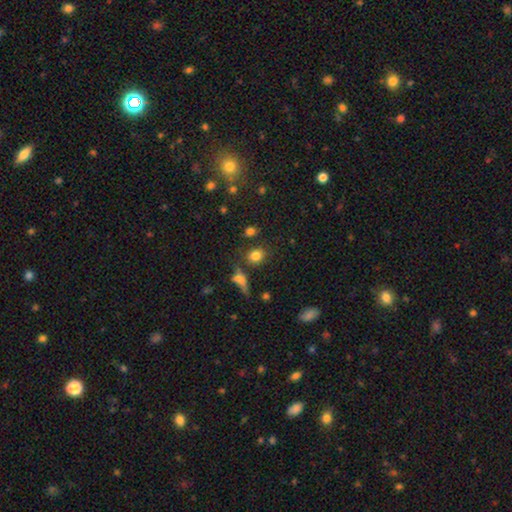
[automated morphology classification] Overall: smooth (81%). How rounded: round (63%; in between 35%). Merging: none (74%).